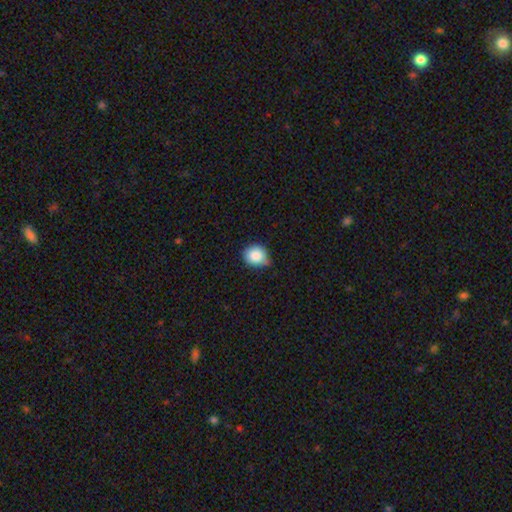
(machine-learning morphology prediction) This appears to be a smooth galaxy with no disk features (86%) that is round (76%). Merging: none (53%).